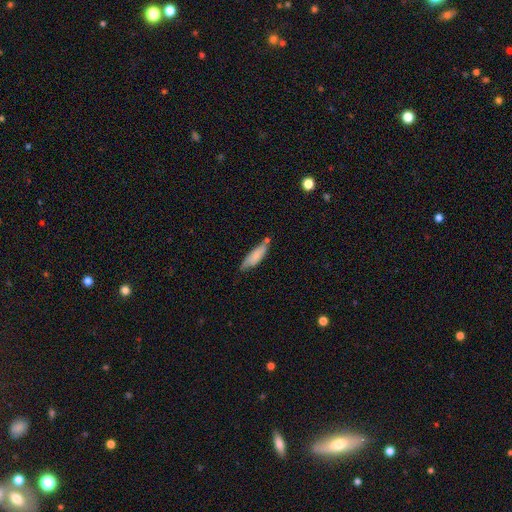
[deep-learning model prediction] smooth_or_featured: smooth (p=0.75) [alt: featured or disk p=0.19]
how_rounded: cigar-shaped (p=0.59) [alt: in between p=0.39]
merging: none (p=0.57) [alt: minor disturbance p=0.27]